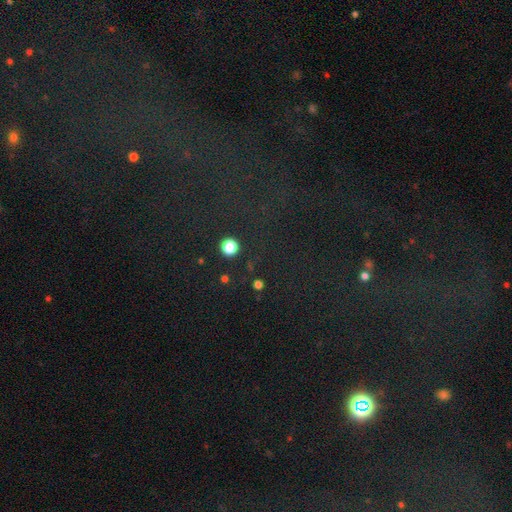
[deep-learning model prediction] Overall: star or artifact (73%).